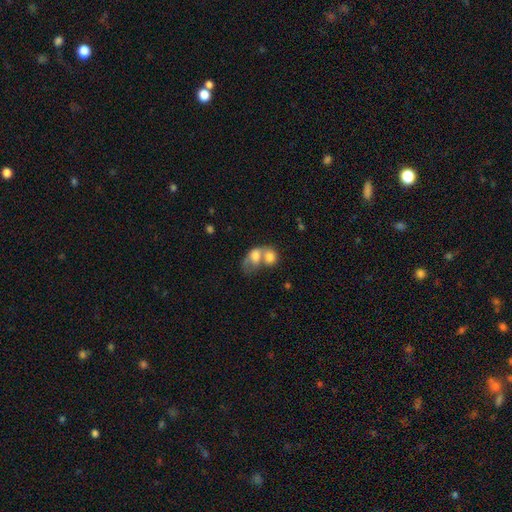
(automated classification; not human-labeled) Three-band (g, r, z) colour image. It shows a smooth galaxy with no disk features (69%) that is in between round and cigar-shaped (61%). Merging: merger (76%).